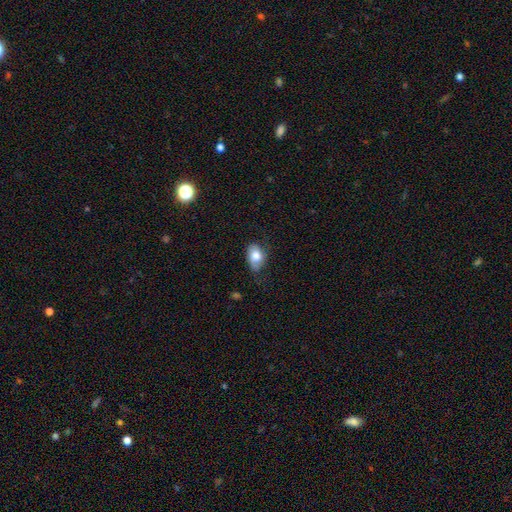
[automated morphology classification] type=smooth (75%); roundness=in between (85%); merging=none (54%).